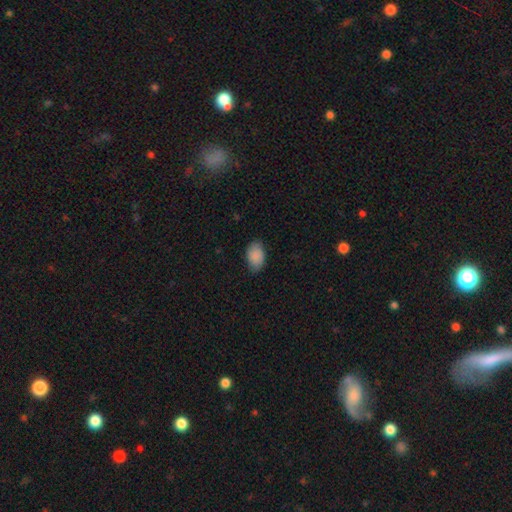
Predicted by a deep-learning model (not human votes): A smooth galaxy with no disk features (88%) that is in between round and cigar-shaped (89%). Merging: none (78%).